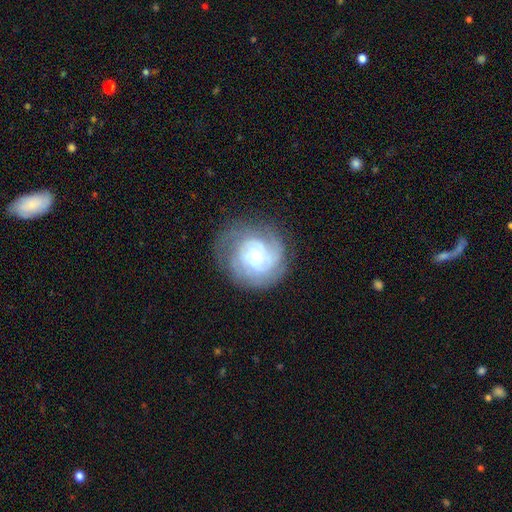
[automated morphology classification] type=featured or disk (73%); edge-on=no (98%); bar=no (78%); spiral arms=yes (91%); winding=tight (68%); arm count=can't tell (40%); bulge=small (75%); merging=none (73%).